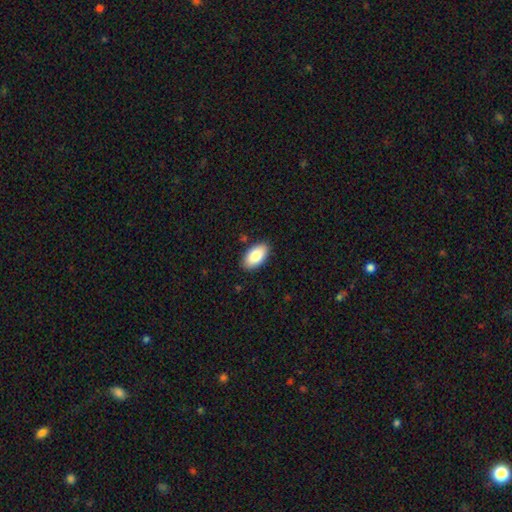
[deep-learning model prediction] A smooth galaxy with no disk features (84%) that is in between round and cigar-shaped (95%).

Vote fractions:
- Smooth or featured? smooth: 84% / featured or disk: 9% / star or artifact: 6%
- How rounded? in between: 95% / round: 3% / cigar-shaped: 2%
- Merging? none: 88% / minor disturbance: 9% / major disturbance: 2% / merger: 1%